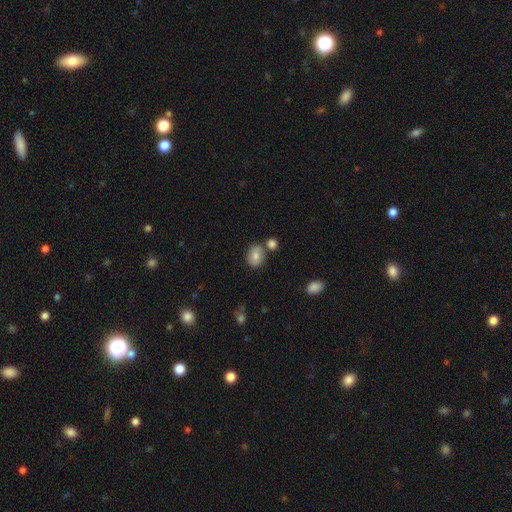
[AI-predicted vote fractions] A smooth galaxy with no disk features (75%) that is round (58%). Merging: none (69%).